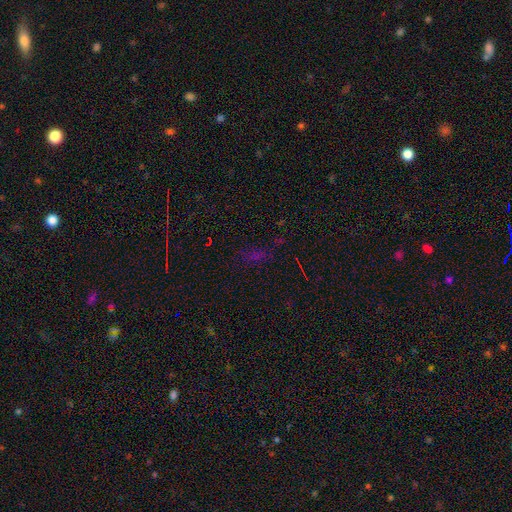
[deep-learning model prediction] star or artifact 53%, smooth 36%, featured or disk 11%.